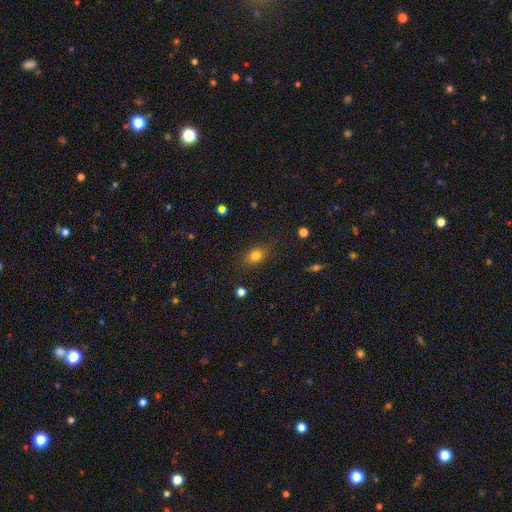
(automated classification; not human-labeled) Smooth or featured?
  - smooth: 78% *
  - star or artifact: 13%
  - featured or disk: 9%
How rounded?
  - in between: 61% *
  - round: 37%
  - cigar-shaped: 2%
Merging?
  - none: 79% *
  - minor disturbance: 15%
  - major disturbance: 5%
  - merger: 2%